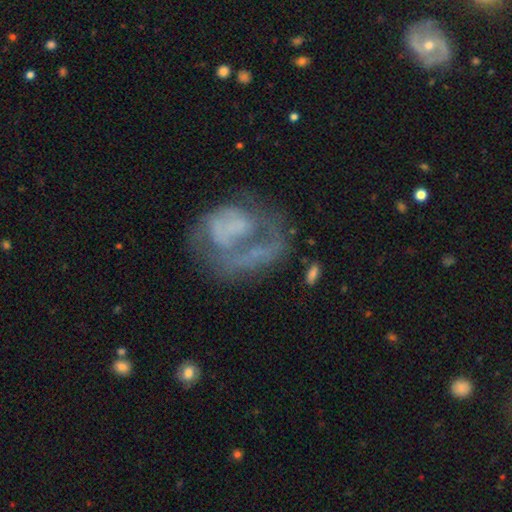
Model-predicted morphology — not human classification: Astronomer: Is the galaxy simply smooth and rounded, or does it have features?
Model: featured or disk — 62%.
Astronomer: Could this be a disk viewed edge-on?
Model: no — 97%.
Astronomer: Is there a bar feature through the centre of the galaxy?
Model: no — 79%.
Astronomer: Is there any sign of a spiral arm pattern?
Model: no — 58% (runner-up: yes, 42%).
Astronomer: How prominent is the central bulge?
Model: none — 68%.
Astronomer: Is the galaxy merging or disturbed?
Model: major disturbance — 39% (runner-up: none, 36%).